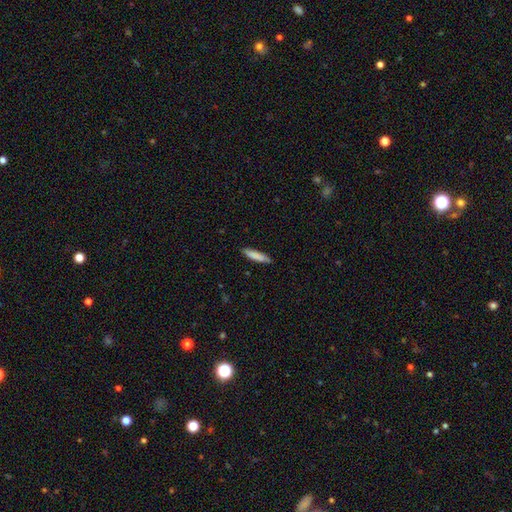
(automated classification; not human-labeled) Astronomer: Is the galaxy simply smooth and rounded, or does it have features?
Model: smooth — 83%.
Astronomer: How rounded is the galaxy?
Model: cigar-shaped — 83%.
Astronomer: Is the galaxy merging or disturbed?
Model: none — 85%.